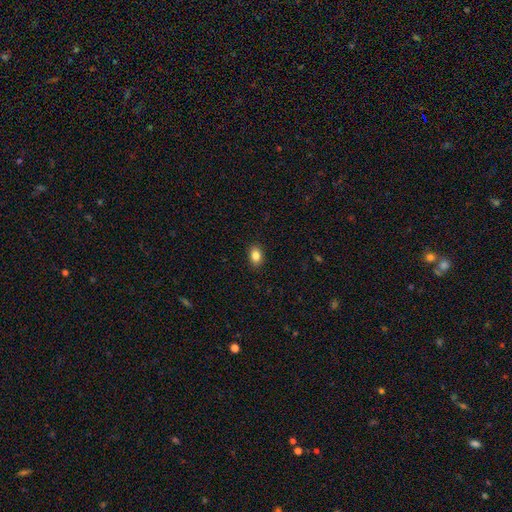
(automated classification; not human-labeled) This appears to be a smooth galaxy with no disk features (85%) that is in between round and cigar-shaped (78%). Merging: none (90%).